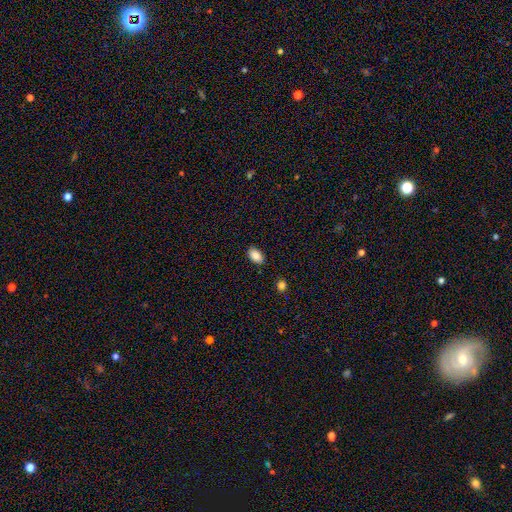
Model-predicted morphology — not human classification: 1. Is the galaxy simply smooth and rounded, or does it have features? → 88% smooth, 8% star or artifact, 4% featured or disk.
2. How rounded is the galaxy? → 91% in between, 7% round, 2% cigar-shaped.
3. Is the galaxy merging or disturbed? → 86% none, 10% minor disturbance, 2% major disturbance, 2% merger.